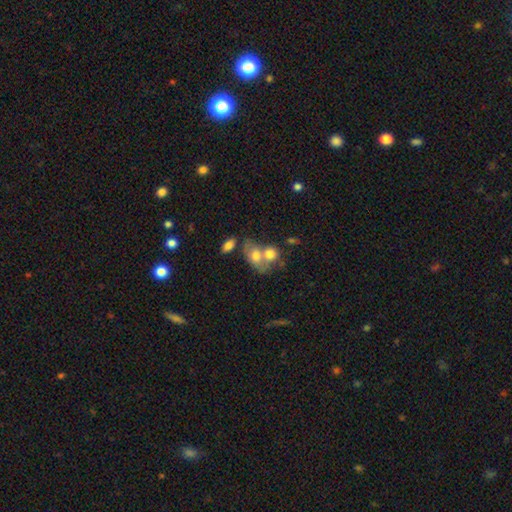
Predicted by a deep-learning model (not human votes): smooth-or-featured: smooth: 70% | featured or disk: 21% | star or artifact: 9%
  how-rounded: in between: 66% | round: 32% | cigar-shaped: 2%
  merging: merger: 60% | none: 25% | minor disturbance: 9% | major disturbance: 6%